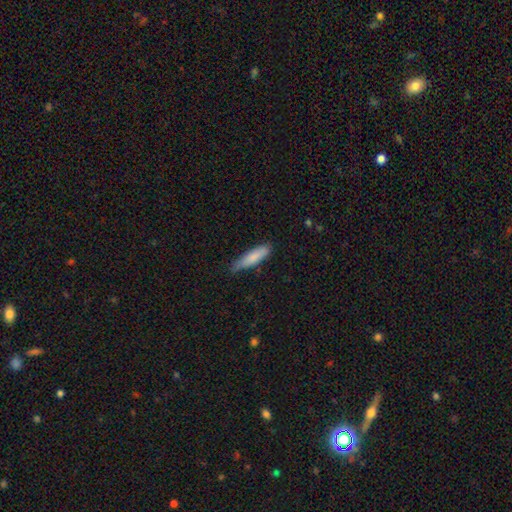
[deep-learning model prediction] smooth_or_featured: smooth (p=0.82) [alt: featured or disk p=0.12]
how_rounded: cigar-shaped (p=0.68) [alt: in between p=0.31]
merging: none (p=0.61) [alt: minor disturbance p=0.33]